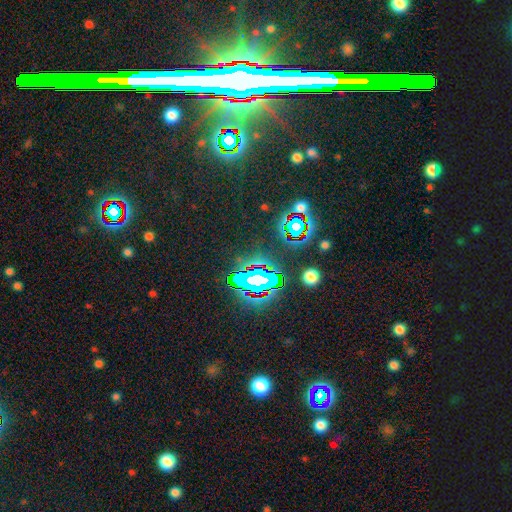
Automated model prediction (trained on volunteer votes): smooth_or_featured: star or artifact (p=0.78) [alt: smooth p=0.12]